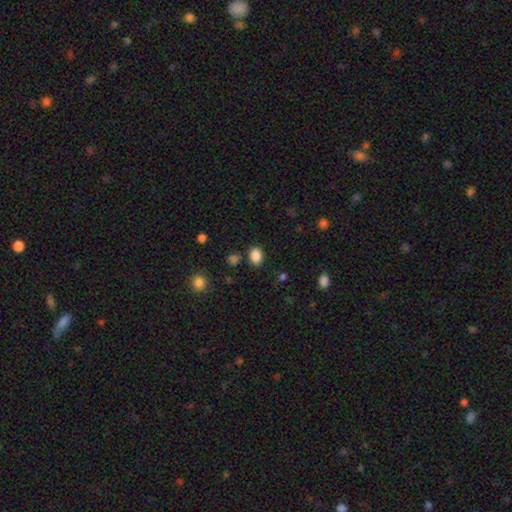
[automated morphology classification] Smooth or featured? Predicted: smooth (p=0.86). How rounded? Predicted: in between (p=0.59). Merging? Predicted: none (p=0.82).